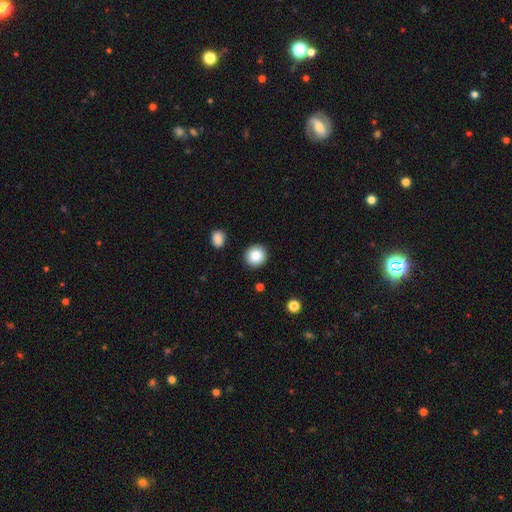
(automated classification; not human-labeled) Smooth or featured?
  - smooth: 88% *
  - star or artifact: 9%
  - featured or disk: 4%
How rounded?
  - round: 89% *
  - in between: 10%
  - cigar-shaped: 1%
Merging?
  - none: 90% *
  - minor disturbance: 6%
  - major disturbance: 2%
  - merger: 2%